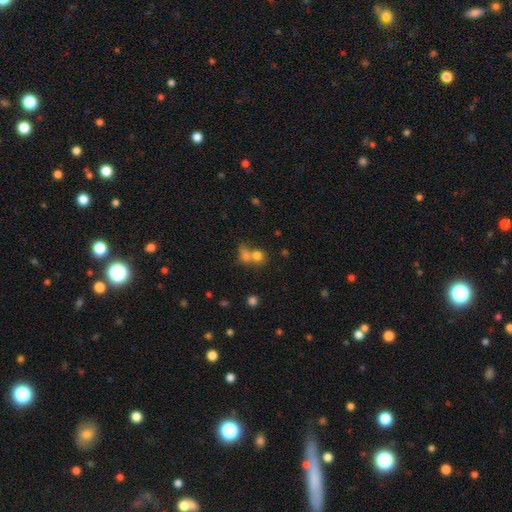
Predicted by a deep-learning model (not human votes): Smooth or featured: smooth — 71% (star or artifact — 18%)
How rounded: round — 74% (in between — 24%)
Merging: merger — 49% (none — 39%)